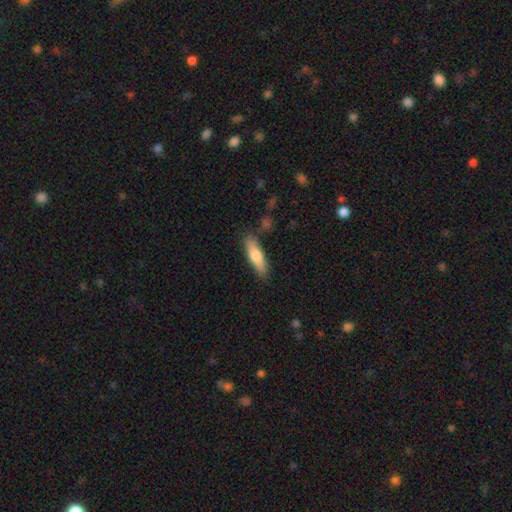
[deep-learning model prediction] smooth_or_featured: smooth (p=0.71) [alt: featured or disk p=0.23]
how_rounded: cigar-shaped (p=0.65) [alt: in between p=0.33]
merging: none (p=0.81) [alt: minor disturbance p=0.12]